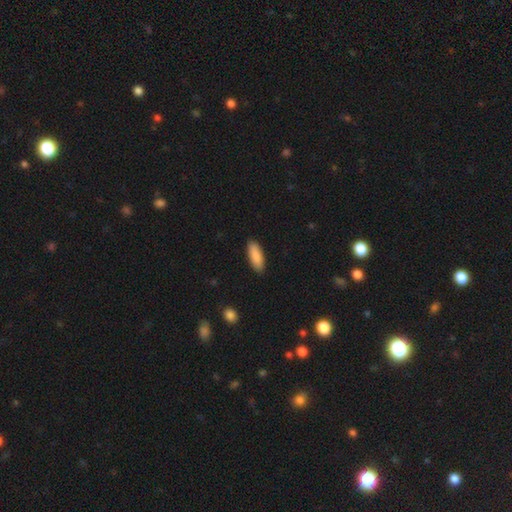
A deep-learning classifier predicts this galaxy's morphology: Q: Smooth or featured?
A: smooth (88%); runner-up: featured or disk (6%)
Q: How rounded?
A: in between (63%); runner-up: cigar-shaped (36%)
Q: Merging?
A: none (89%); runner-up: minor disturbance (9%)